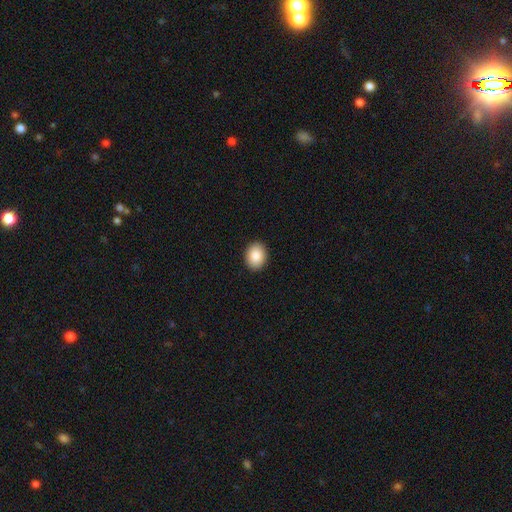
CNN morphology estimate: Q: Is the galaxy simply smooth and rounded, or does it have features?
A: smooth — 87%.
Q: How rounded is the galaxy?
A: in between — 57%.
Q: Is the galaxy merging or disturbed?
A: none — 91%.